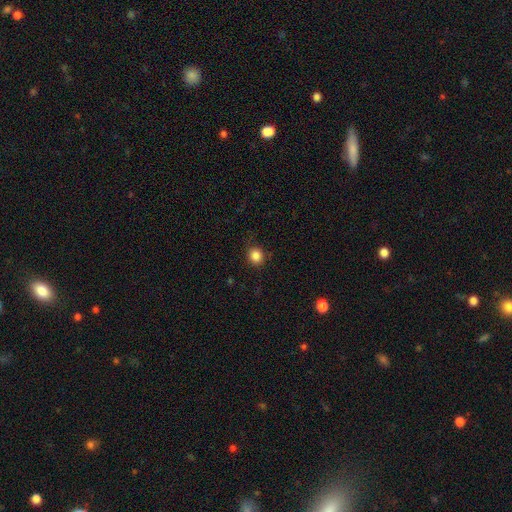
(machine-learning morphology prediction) Smooth or featured?
  - smooth: 85% *
  - star or artifact: 11%
  - featured or disk: 4%
How rounded?
  - round: 84% *
  - in between: 15%
  - cigar-shaped: 1%
Merging?
  - none: 87% *
  - minor disturbance: 9%
  - major disturbance: 3%
  - merger: 1%